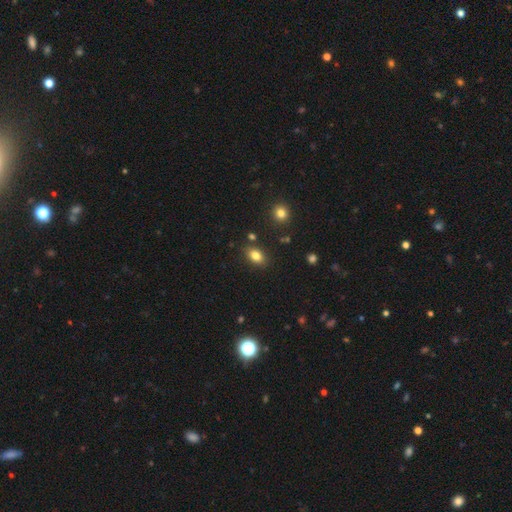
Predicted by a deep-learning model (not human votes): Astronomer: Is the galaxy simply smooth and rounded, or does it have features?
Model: smooth — 82%.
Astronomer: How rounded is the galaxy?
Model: in between — 85%.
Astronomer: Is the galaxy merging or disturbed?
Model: none — 84%.